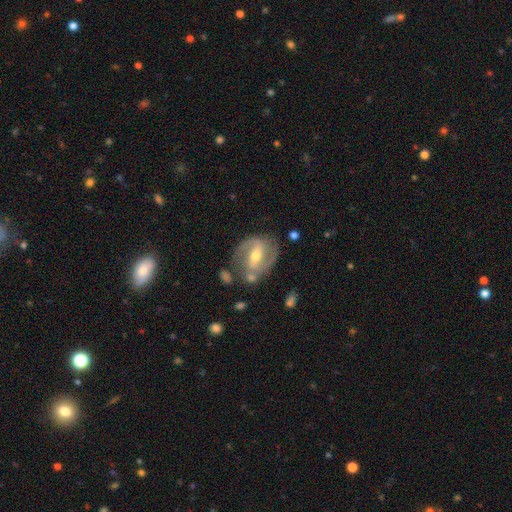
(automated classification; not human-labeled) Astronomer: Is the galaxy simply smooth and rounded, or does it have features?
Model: featured or disk — 83%.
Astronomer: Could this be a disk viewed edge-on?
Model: no — 96%.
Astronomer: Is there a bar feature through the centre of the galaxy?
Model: strong — 47% (runner-up: weak, 36%).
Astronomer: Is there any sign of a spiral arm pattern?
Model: yes — 92%.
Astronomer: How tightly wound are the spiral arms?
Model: medium — 51% (runner-up: tight, 28%).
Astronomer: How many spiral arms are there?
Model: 2 — 86%.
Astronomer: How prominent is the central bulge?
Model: moderate — 58% (runner-up: small, 38%).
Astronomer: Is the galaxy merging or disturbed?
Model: none — 71%.